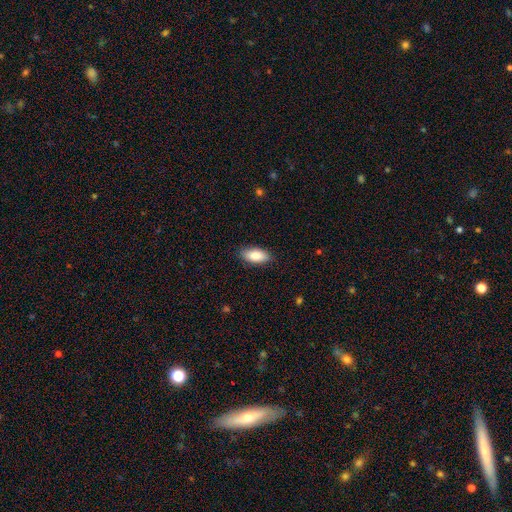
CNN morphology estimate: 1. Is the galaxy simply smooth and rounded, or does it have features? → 87% smooth, 7% featured or disk, 6% star or artifact.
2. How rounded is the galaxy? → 90% in between, 8% cigar-shaped, 3% round.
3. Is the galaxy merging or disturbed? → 86% none, 11% minor disturbance, 2% major disturbance, 1% merger.